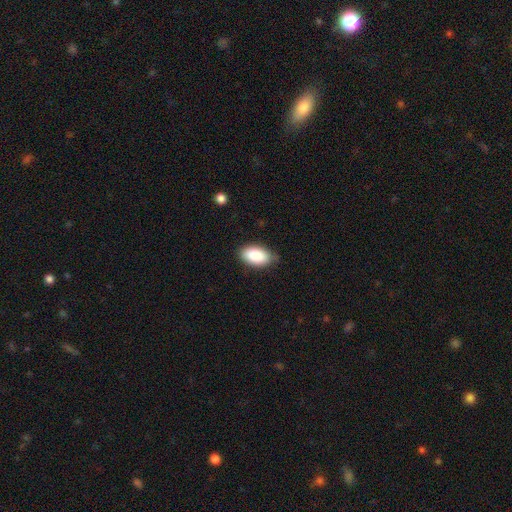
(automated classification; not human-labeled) A smooth galaxy with no disk features (88%) that is in between round and cigar-shaped (94%). Merging: none (79%).